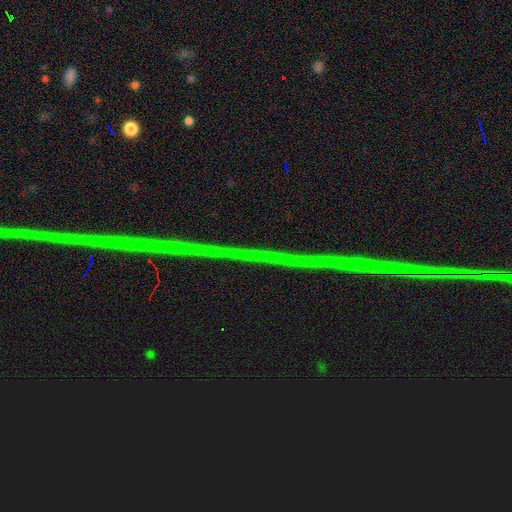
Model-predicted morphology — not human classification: This appears to be a star or artifact, not a galaxy (86%).